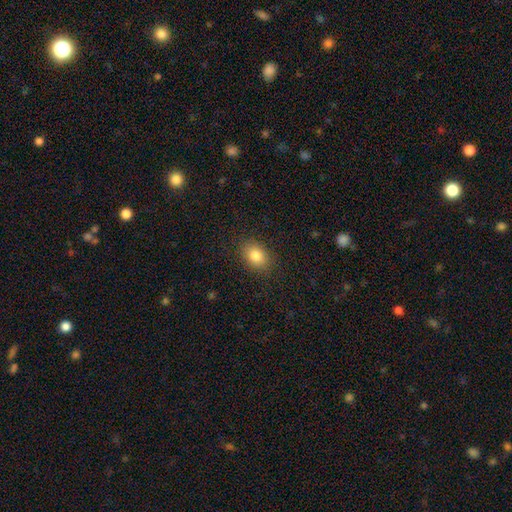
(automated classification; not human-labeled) smooth 84%, star or artifact 9%, featured or disk 7%. Down the decision tree: how rounded — in between (69%); merging — none (86%).